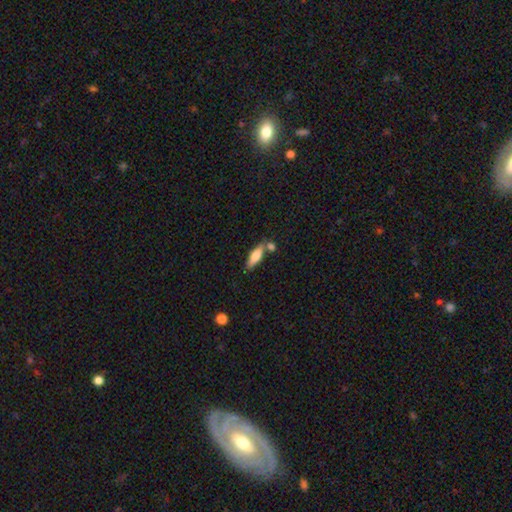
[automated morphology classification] The model was most divided on "how rounded": in between: 55%, cigar-shaped: 43%, round: 2%. More confident: smooth or featured — smooth (72%); merging — none (63%).